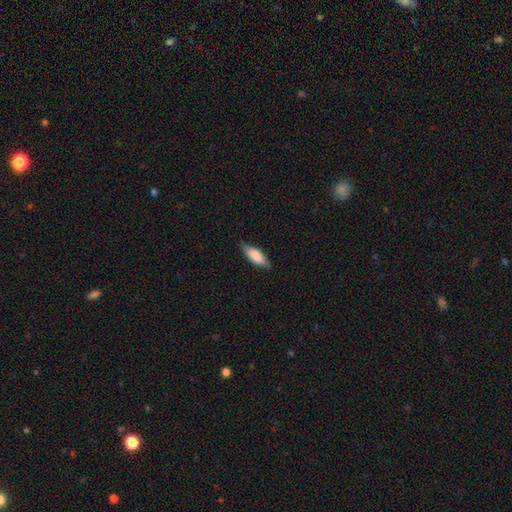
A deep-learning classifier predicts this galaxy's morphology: smooth-or-featured: smooth: 82% | featured or disk: 13% | star or artifact: 5%
  how-rounded: in between: 67% | cigar-shaped: 31% | round: 2%
  merging: none: 81% | minor disturbance: 16% | major disturbance: 3% | merger: 1%